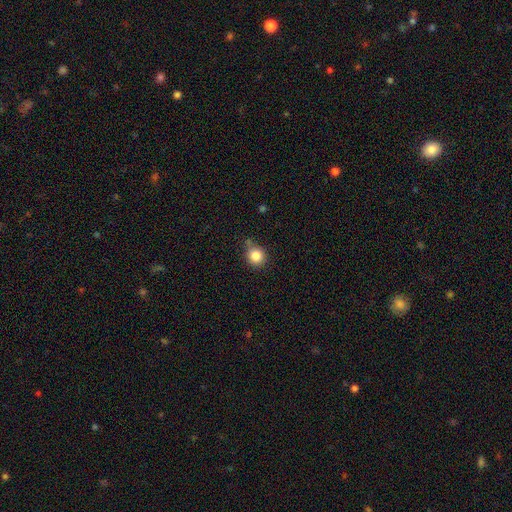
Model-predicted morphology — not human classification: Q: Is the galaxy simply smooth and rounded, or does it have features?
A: smooth — 85%.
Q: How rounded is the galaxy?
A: round — 89%.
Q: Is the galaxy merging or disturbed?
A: none — 66%.